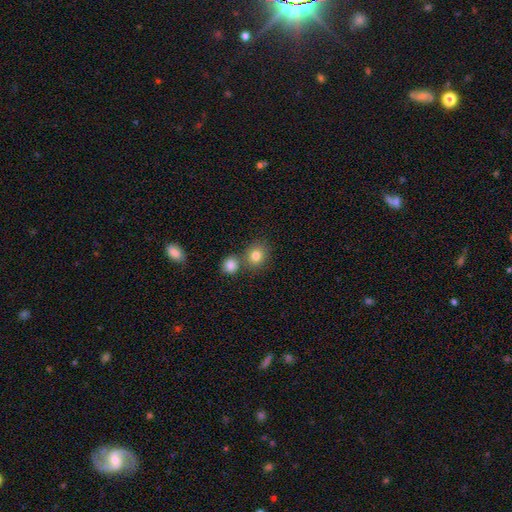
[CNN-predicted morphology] Smooth or featured? Predicted: smooth (p=0.81). How rounded? Predicted: round (p=0.77). Merging? Predicted: none (p=0.64).